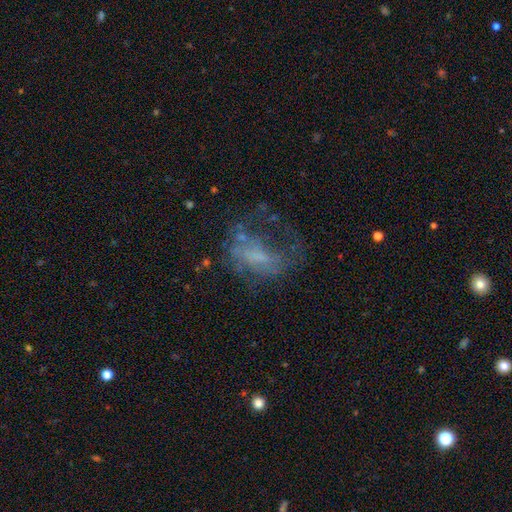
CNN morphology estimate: smooth_or_featured: featured or disk (p=0.55) [alt: smooth p=0.27]
disk_edge_on: no (p=0.96) [alt: yes p=0.04]
bar: no (p=0.61) [alt: weak p=0.30]
has_spiral_arms: no (p=0.61) [alt: yes p=0.39]
bulge_size: none (p=0.47) [alt: small p=0.28]
merging: major disturbance (p=0.46) [alt: none p=0.33]